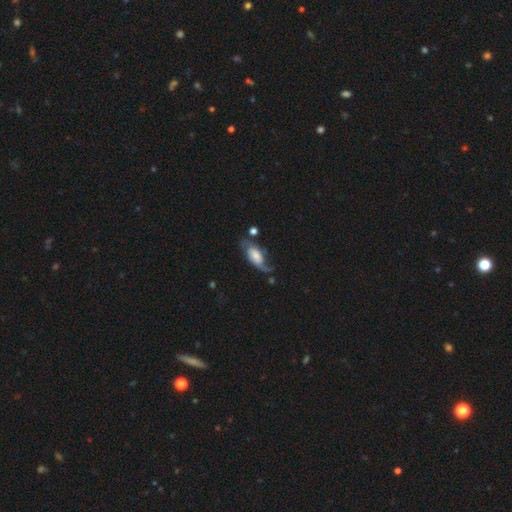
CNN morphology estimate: Overall: featured or disk (67%). Edge-on disk: no (91%). Bar: no (53%; weak 35%). Spiral arms: yes (91%). Spiral arm count: 2 (75%). Spiral winding: loose (50%; medium 35%). Bulge size: moderate (30%; large 27%). Merging: none (50%; minor disturbance 24%).